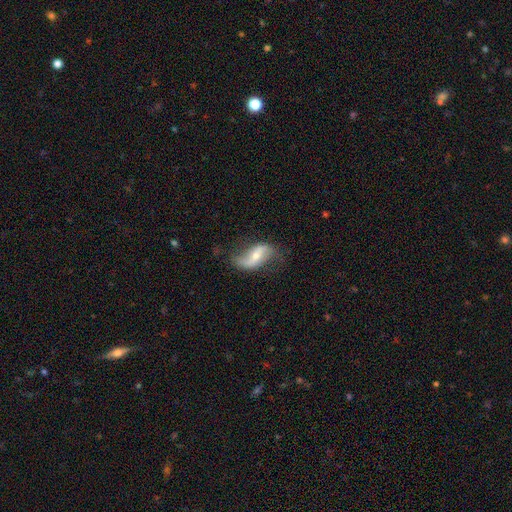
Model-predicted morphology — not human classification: This is likely a featured or disk galaxy (79%). It is clearly not viewed edge-on (94%). Bar: marginally weak (36%). Spiral arm pattern: clearly yes (91%). Spiral arm count: clearly 2 (89%). Spiral winding: clearly loose (86%). Central bulge: possibly moderate (47%). Merging: likely none (67%).